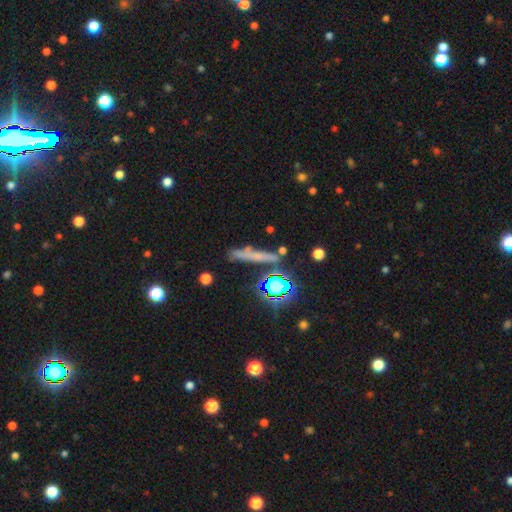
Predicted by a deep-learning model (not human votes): Smooth or featured?
  - smooth: 45% *
  - star or artifact: 29%
  - featured or disk: 26%
Merging?
  - none: 70% *
  - minor disturbance: 15%
  - merger: 8%
  - major disturbance: 6%